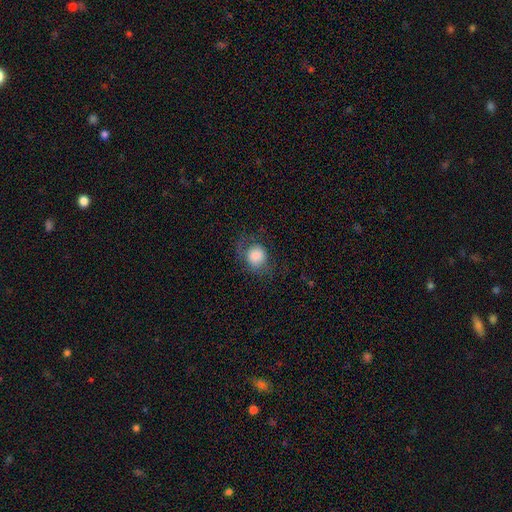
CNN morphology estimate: This is likely a smooth galaxy (75%). How rounded: likely round (71%). Merging: possibly none (56%).